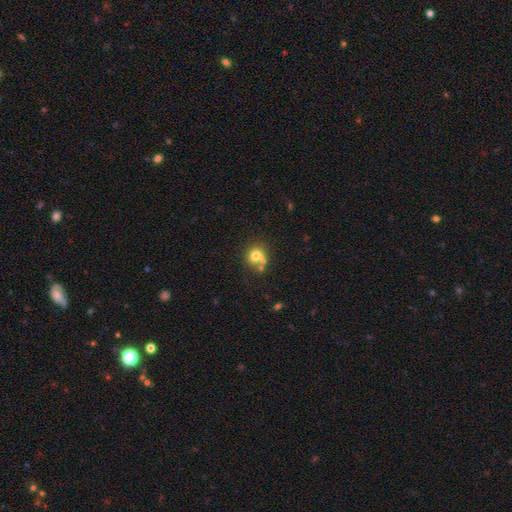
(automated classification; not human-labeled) Smooth or featured? smooth (71%)
How rounded? round (81%)
Merging? none (46%)